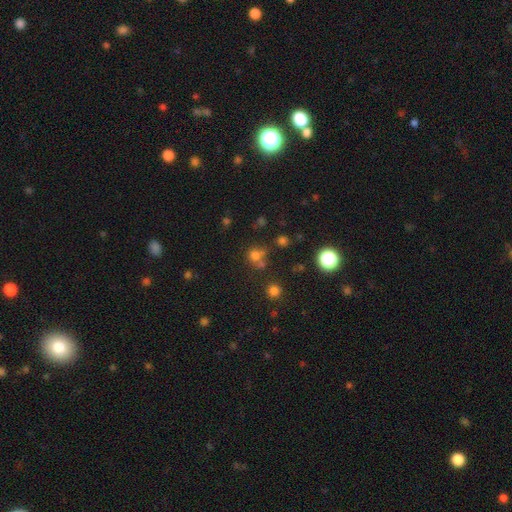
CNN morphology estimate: Smooth or featured?
  - smooth: 67% *
  - star or artifact: 24%
  - featured or disk: 9%
How rounded?
  - round: 80% *
  - in between: 19%
  - cigar-shaped: 1%
Merging?
  - none: 52% *
  - merger: 30%
  - minor disturbance: 12%
  - major disturbance: 6%